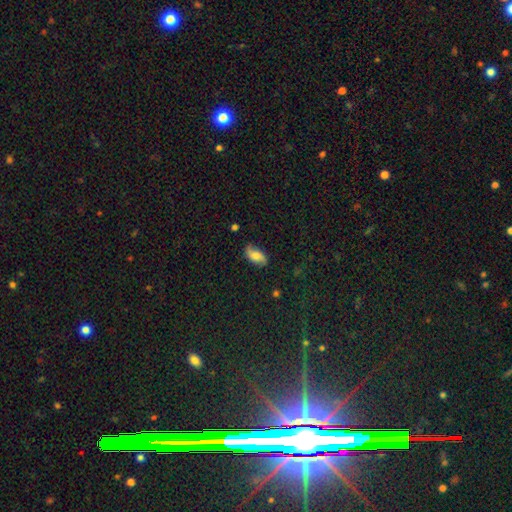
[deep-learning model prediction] Smooth or featured? smooth (55%)
How rounded? in between (91%)
Merging? none (76%)